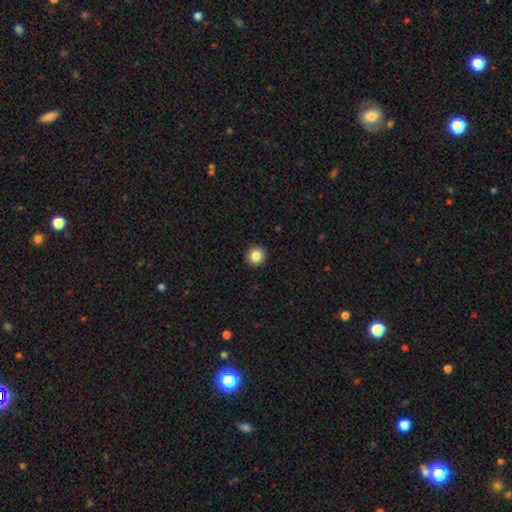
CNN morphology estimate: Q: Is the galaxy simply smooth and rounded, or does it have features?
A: smooth — 86%.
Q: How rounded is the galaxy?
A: round — 95%.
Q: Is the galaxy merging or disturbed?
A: none — 93%.